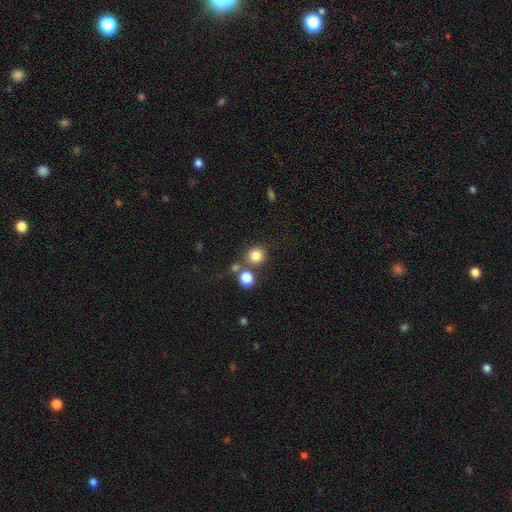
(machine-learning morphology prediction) Smooth or featured: smooth — 81% (star or artifact — 12%)
How rounded: round — 89% (in between — 10%)
Merging: none — 69% (merger — 19%)